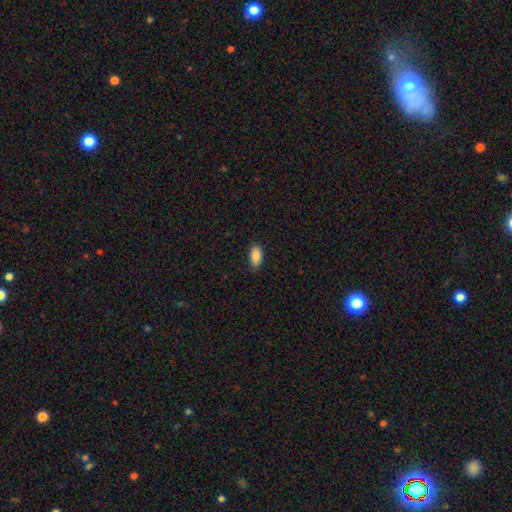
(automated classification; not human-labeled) smooth_or_featured: smooth (p=0.87) [alt: star or artifact p=0.07]
how_rounded: in between (p=0.92) [alt: cigar-shaped p=0.04]
merging: none (p=0.82) [alt: minor disturbance p=0.14]